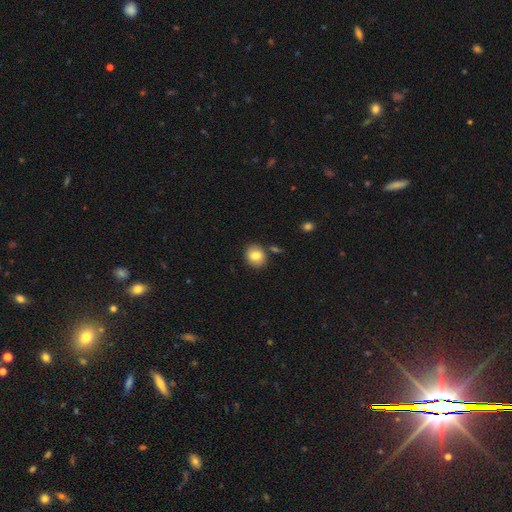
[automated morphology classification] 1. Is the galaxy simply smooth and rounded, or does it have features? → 81% smooth, 10% featured or disk, 9% star or artifact.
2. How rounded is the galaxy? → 69% round, 30% in between, 1% cigar-shaped.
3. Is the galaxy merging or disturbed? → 82% none, 10% minor disturbance, 6% merger, 2% major disturbance.